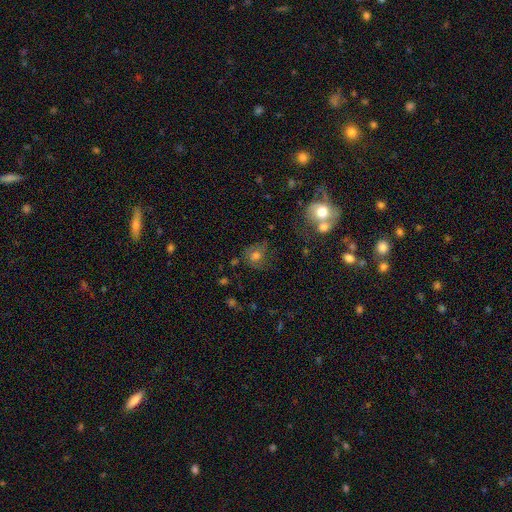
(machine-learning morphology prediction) Smooth or featured: smooth — 59% (featured or disk — 26%)
How rounded: round — 71% (in between — 28%)
Merging: none — 54% (minor disturbance — 21%)